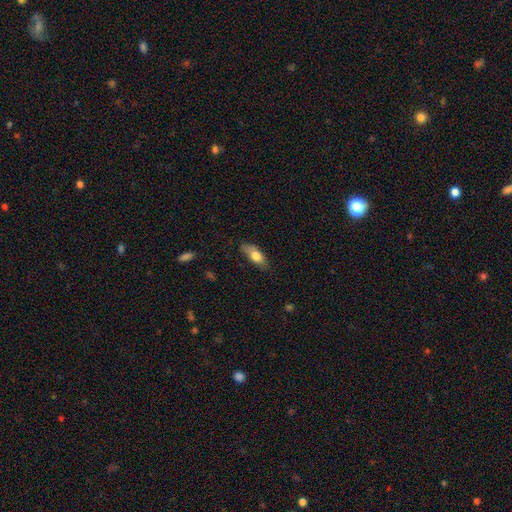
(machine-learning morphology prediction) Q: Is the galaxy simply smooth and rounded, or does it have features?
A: smooth — 73%.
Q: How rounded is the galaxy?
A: in between — 77%.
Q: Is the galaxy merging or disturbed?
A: none — 74%.